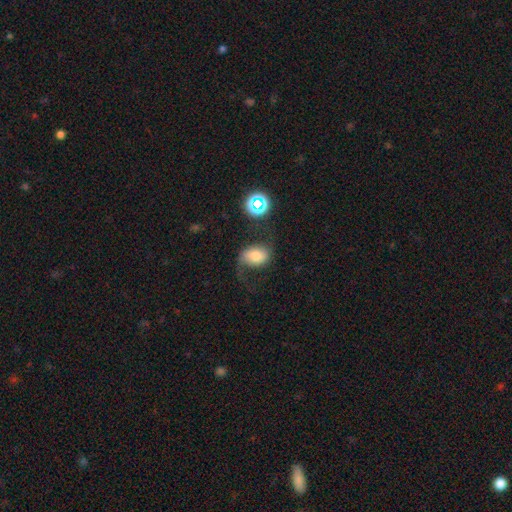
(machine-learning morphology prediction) Smooth or featured? smooth (45%)
Merging? none (45%)